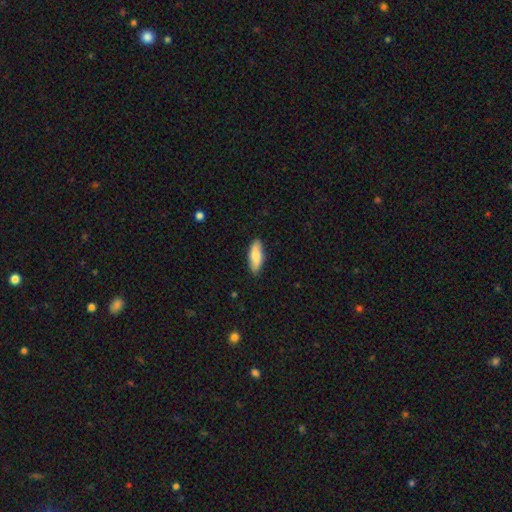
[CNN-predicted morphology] smooth_or_featured: smooth (p=0.76) [alt: featured or disk p=0.18]
how_rounded: in between (p=0.66) [alt: cigar-shaped p=0.32]
merging: none (p=0.86) [alt: minor disturbance p=0.11]